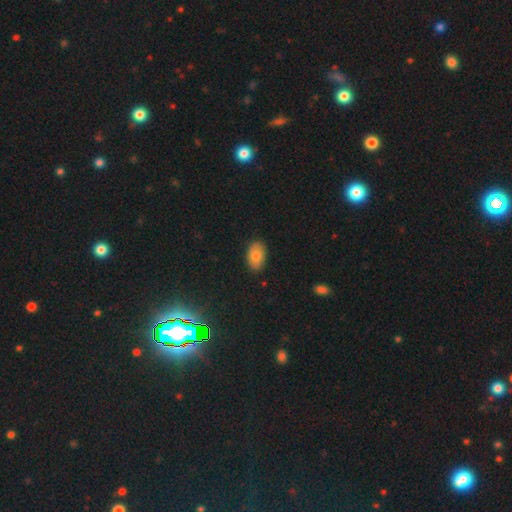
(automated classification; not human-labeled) A smooth galaxy with no disk features (81%) that is in between round and cigar-shaped (91%). Merging: none (86%).